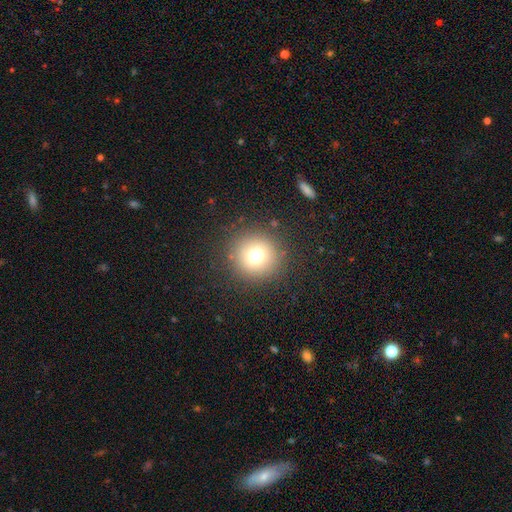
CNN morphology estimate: smooth-or-featured: smooth: 72% | star or artifact: 16% | featured or disk: 11%
  how-rounded: round: 94% | in between: 5% | cigar-shaped: 1%
  merging: none: 87% | minor disturbance: 7% | major disturbance: 4% | merger: 2%